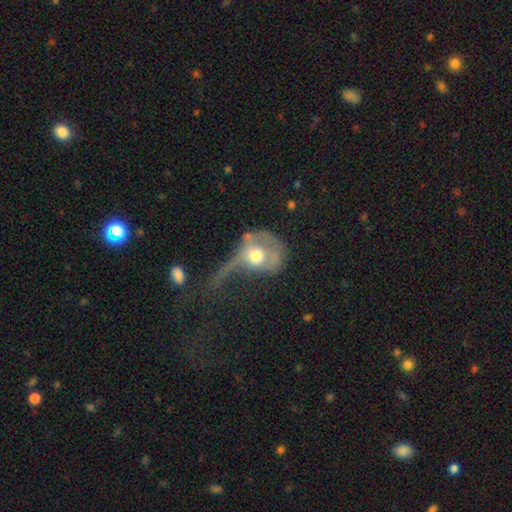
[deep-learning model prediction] Q: Smooth or featured?
A: smooth (48%); runner-up: featured or disk (44%)
Q: Merging?
A: major disturbance (64%); runner-up: minor disturbance (14%)